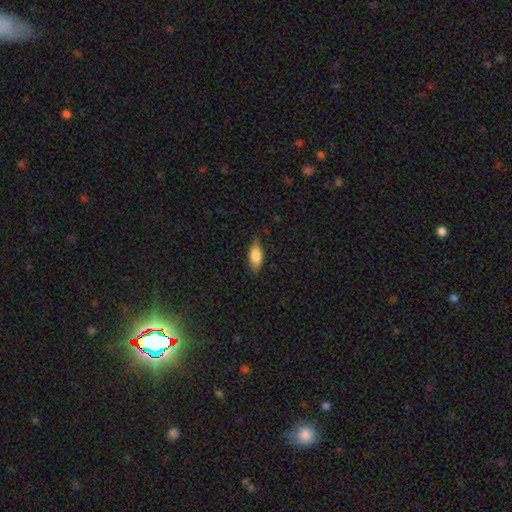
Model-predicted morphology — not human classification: This is likely a smooth galaxy (79%). How rounded: clearly in between (86%). Merging: likely none (79%).